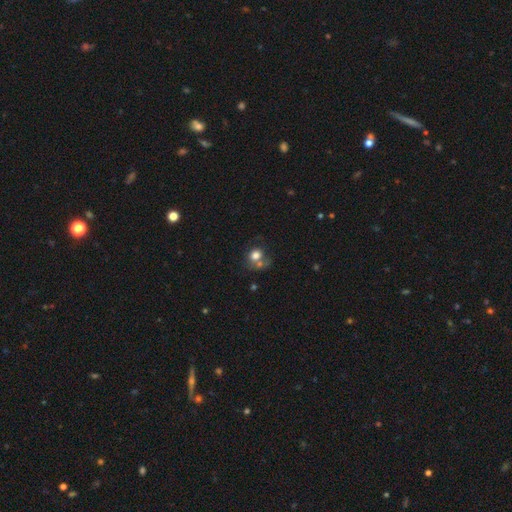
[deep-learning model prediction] This is likely a smooth galaxy (74%). How rounded: likely round (72%). Merging: marginally none (40%).